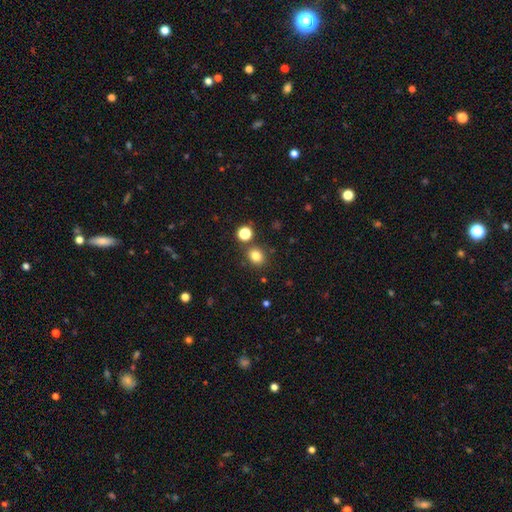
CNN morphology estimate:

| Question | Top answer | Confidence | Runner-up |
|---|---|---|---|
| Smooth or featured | smooth | 80% | star or artifact (14%) |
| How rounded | round | 63% | in between (36%) |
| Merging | none | 81% | minor disturbance (9%) |